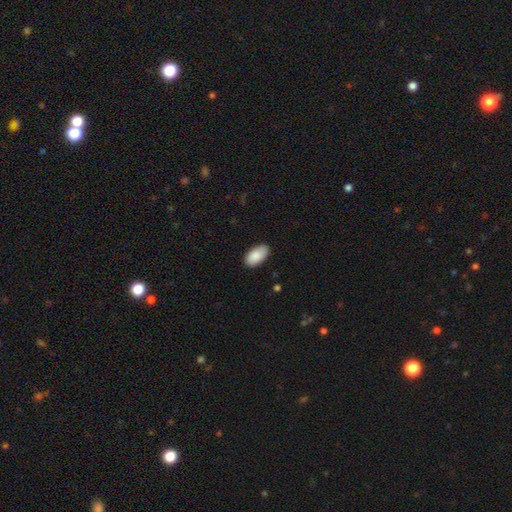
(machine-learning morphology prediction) type=smooth (89%); roundness=in between (96%); merging=none (84%).